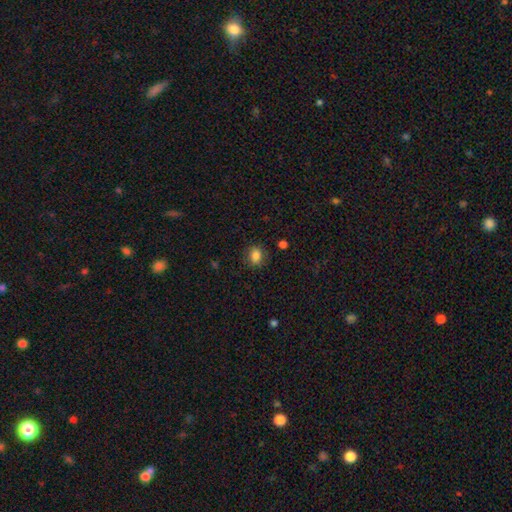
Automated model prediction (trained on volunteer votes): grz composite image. It shows a smooth galaxy with no disk features (82%) that is in between round and cigar-shaped (51%). Merging: none (81%).